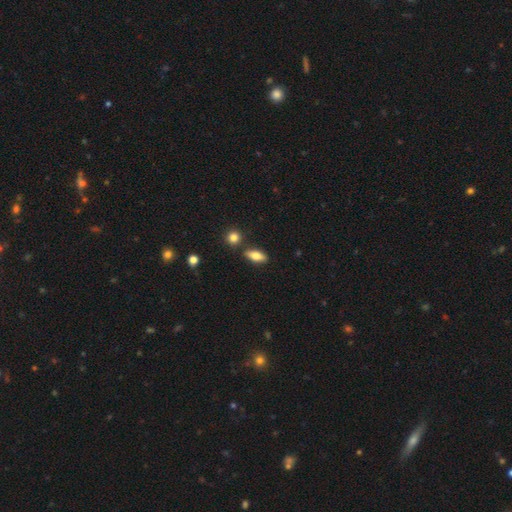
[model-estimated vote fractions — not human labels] This is likely a smooth galaxy (76%). How rounded: likely in between (78%). Merging: clearly none (83%).